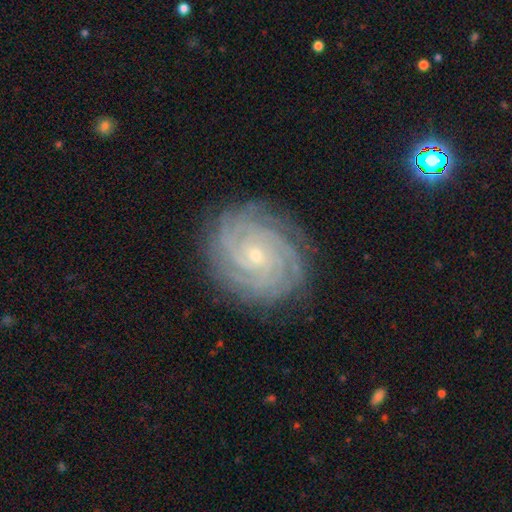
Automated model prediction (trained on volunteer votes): Smooth or featured?
  - featured or disk: 89% *
  - star or artifact: 6%
  - smooth: 5%
Edge-on disk?
  - no: 98% *
  - yes: 2%
Bar?
  - no: 73% *
  - weak: 21%
  - strong: 7%
Spiral arms?
  - yes: 98% *
  - no: 2%
Spiral winding?
  - tight: 86% *
  - medium: 12%
  - loose: 2%
Spiral arm count?
  - 4: 26% *
  - more than 4: 21%
  - can't tell: 18%
  - 3: 16%
  - 2: 11%
  - 1: 8%
Bulge size?
  - small: 79% *
  - moderate: 18%
  - none: 1%
  - large: 1%
  - dominant: 1%
Merging?
  - none: 85% *
  - minor disturbance: 11%
  - major disturbance: 3%
  - merger: 1%